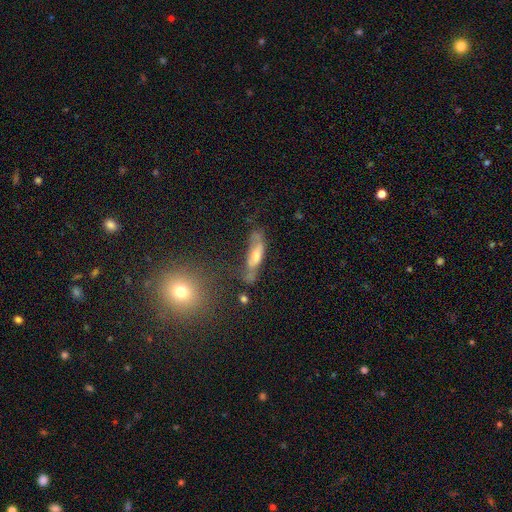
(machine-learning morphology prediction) Smooth or featured? featured or disk (47%)
Merging? none (46%)